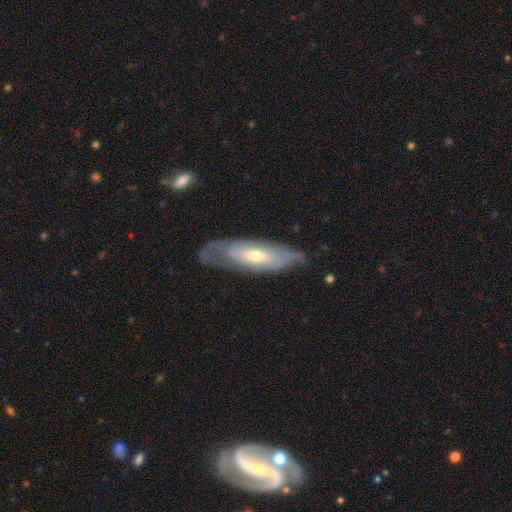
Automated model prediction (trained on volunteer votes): Smooth or featured? featured or disk (58%)
Edge-on disk? no (67%)
Merging? none (60%)